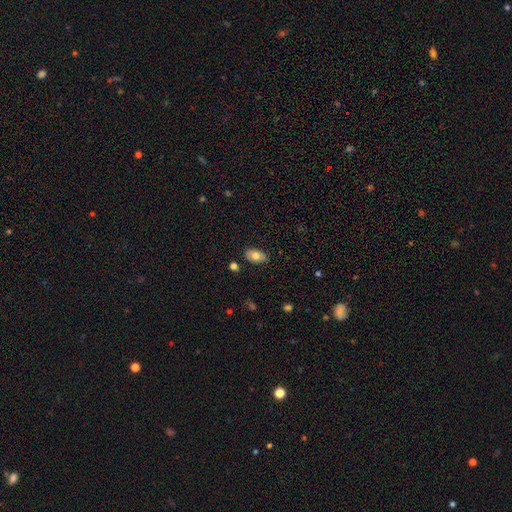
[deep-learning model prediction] Smooth or featured? Predicted: smooth (p=0.74). How rounded? Predicted: in between (p=0.92). Merging? Predicted: none (p=0.84).